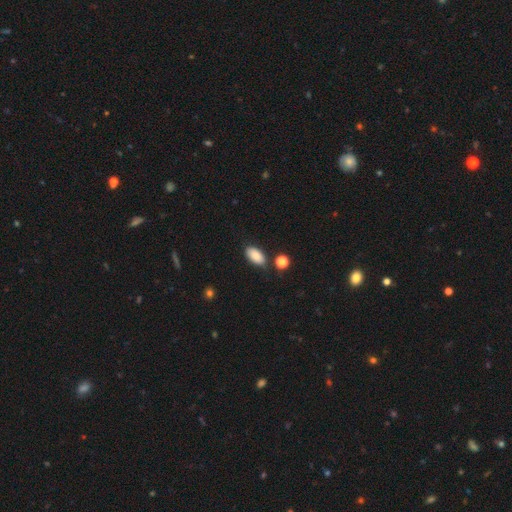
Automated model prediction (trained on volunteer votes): Smooth or featured?
  - smooth: 86% *
  - star or artifact: 8%
  - featured or disk: 6%
How rounded?
  - in between: 93% *
  - round: 4%
  - cigar-shaped: 3%
Merging?
  - none: 80% *
  - minor disturbance: 12%
  - merger: 5%
  - major disturbance: 3%